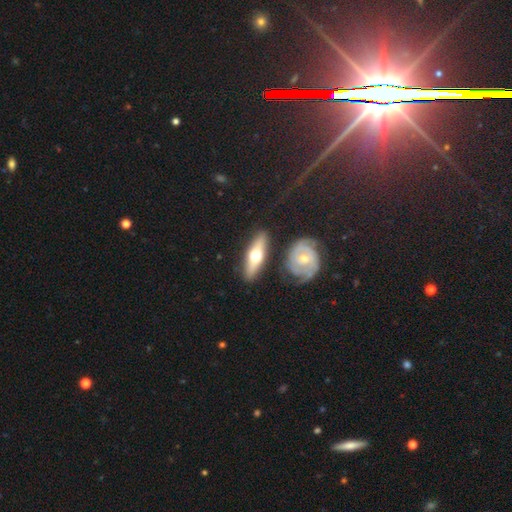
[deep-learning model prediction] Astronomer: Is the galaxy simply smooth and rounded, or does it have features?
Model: featured or disk — 56% (runner-up: smooth, 40%).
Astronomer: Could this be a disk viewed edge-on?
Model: yes — 71%.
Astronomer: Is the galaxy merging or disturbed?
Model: none — 80%.